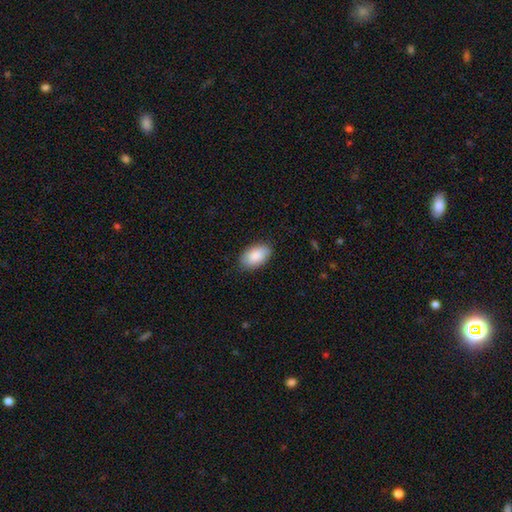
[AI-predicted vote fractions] Morphology: type=smooth (86%); roundness=in between (94%); merging=none (83%).